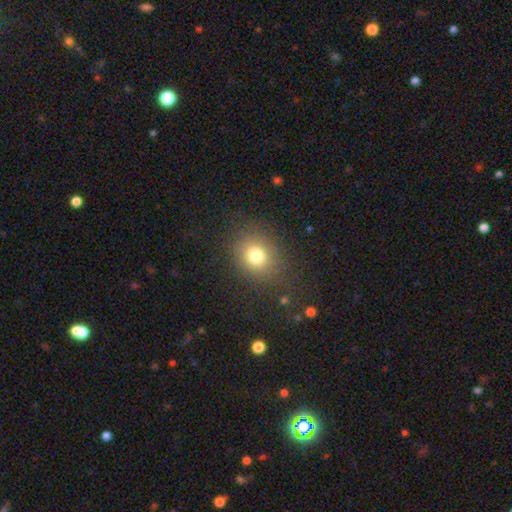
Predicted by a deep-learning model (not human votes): smooth_or_featured: smooth (p=0.76) [alt: star or artifact p=0.15]
how_rounded: round (p=0.68) [alt: in between p=0.31]
merging: none (p=0.81) [alt: minor disturbance p=0.11]